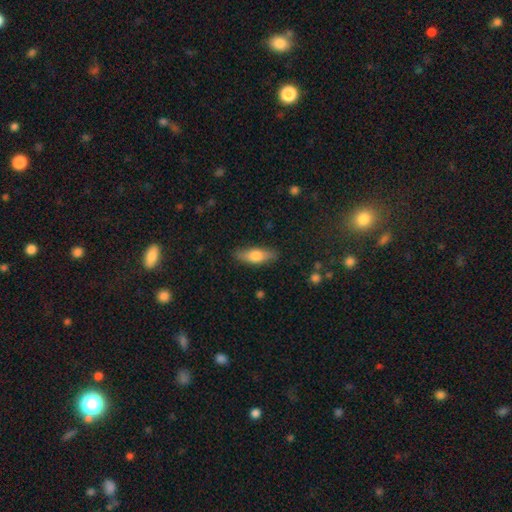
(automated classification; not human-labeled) A smooth galaxy with no disk features (69%) that is in between round and cigar-shaped (60%).

Vote fractions:
- Smooth or featured? smooth: 69% / featured or disk: 25% / star or artifact: 6%
- How rounded? in between: 60% / cigar-shaped: 38% / round: 3%
- Merging? none: 85% / minor disturbance: 11% / major disturbance: 3% / merger: 1%